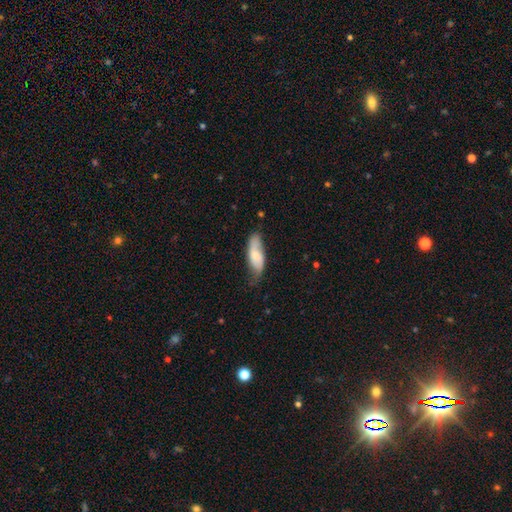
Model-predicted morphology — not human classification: This appears to be a smooth galaxy with no disk features (62%) that is in between round and cigar-shaped (69%). Merging: none (59%).